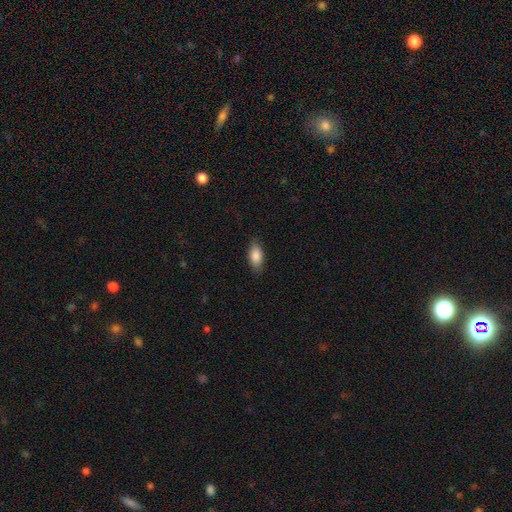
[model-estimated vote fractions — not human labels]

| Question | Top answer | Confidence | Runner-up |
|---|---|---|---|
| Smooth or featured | smooth | 86% | featured or disk (7%) |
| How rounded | in between | 90% | cigar-shaped (7%) |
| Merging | none | 84% | minor disturbance (12%) |